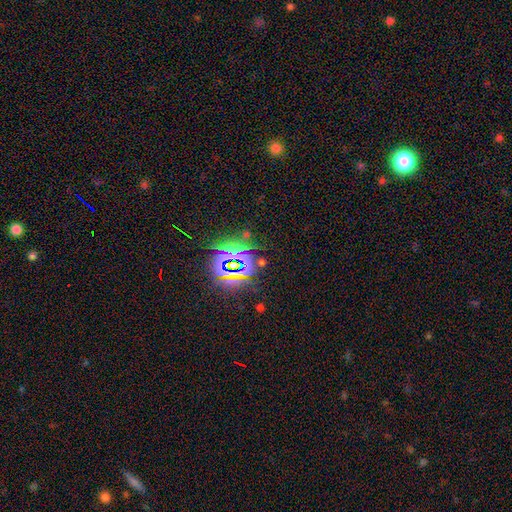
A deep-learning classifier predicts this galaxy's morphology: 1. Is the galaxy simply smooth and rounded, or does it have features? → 81% star or artifact, 11% smooth, 8% featured or disk.